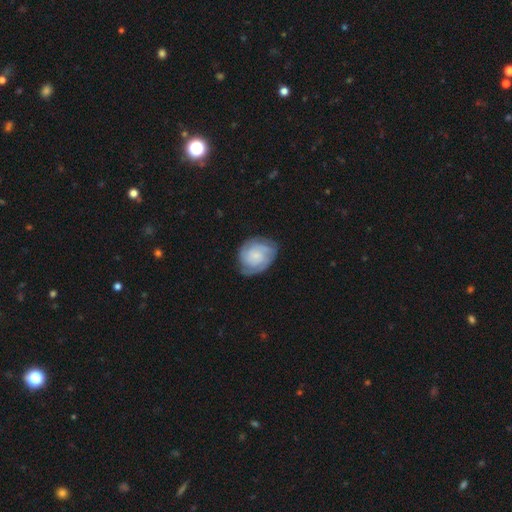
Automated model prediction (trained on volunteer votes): A featured or disk galaxy (69%) with no bar (76%), tight (64%) spiral arms (93%) and a small central bulge (60%).

Vote fractions:
- Smooth or featured? featured or disk: 69% / smooth: 25% / star or artifact: 6%
- Edge-on disk? no: 98% / yes: 2%
- Bar? no: 76% / weak: 21% / strong: 3%
- Spiral arms? yes: 93% / no: 7%
- Spiral winding? tight: 64% / medium: 28% / loose: 7%
- Spiral arm count? can't tell: 30% / 2: 28% / 3: 25% / 4: 7% / 1: 5% / more than 4: 5%
- Bulge size? small: 60% / none: 18% / moderate: 17% / large: 4% / dominant: 1%
- Merging? none: 69% / minor disturbance: 22% / major disturbance: 8% / merger: 1%